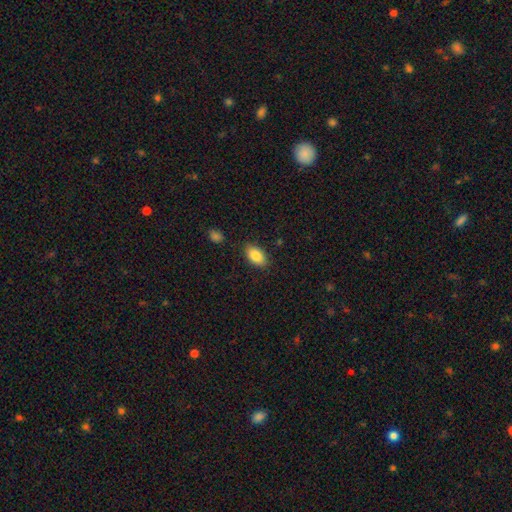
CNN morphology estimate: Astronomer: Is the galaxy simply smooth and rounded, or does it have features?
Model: smooth — 85%.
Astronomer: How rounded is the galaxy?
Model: in between — 92%.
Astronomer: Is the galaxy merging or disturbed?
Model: none — 85%.